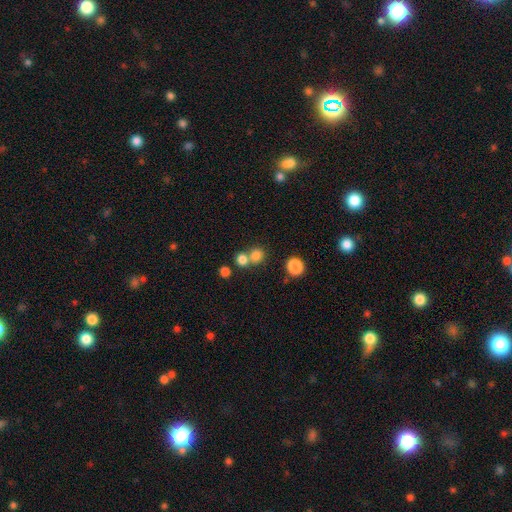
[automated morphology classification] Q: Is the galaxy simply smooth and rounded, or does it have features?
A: smooth — 79%.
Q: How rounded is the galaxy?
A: round — 85%.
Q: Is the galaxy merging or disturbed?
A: none — 55%.